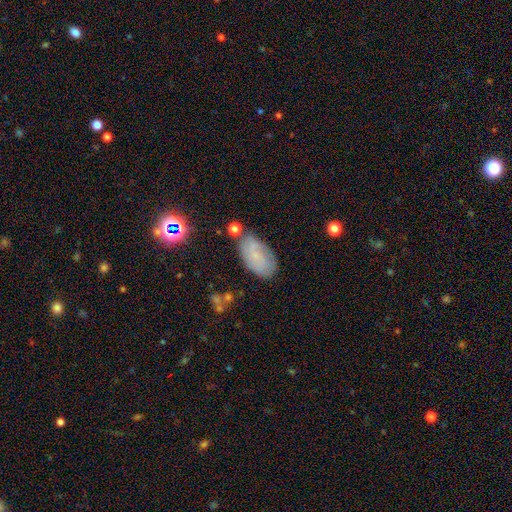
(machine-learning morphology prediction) A smooth galaxy with no disk features (52%) that is in between round and cigar-shaped (92%).

Vote fractions:
- Smooth or featured? smooth: 52% / featured or disk: 36% / star or artifact: 12%
- How rounded? in between: 92% / round: 5% / cigar-shaped: 3%
- Merging? none: 67% / minor disturbance: 21% / major disturbance: 6% / merger: 6%